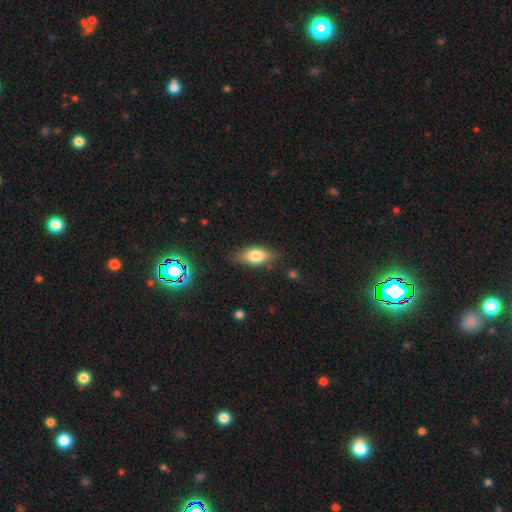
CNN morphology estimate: smooth_or_featured: smooth (p=0.74) [alt: featured or disk p=0.18]
how_rounded: in between (p=0.83) [alt: cigar-shaped p=0.12]
merging: none (p=0.79) [alt: minor disturbance p=0.16]